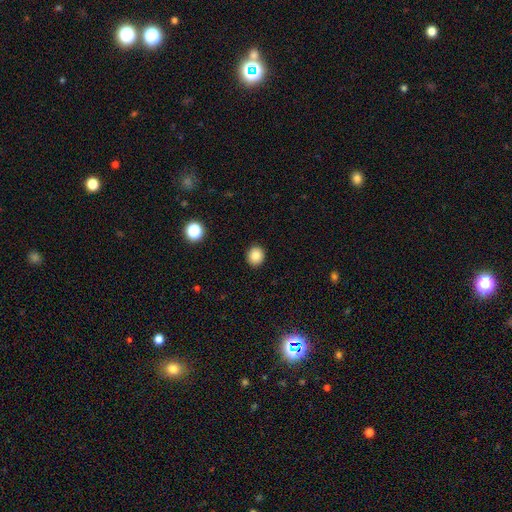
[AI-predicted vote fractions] Smooth or featured? Predicted: smooth (p=0.84). How rounded? Predicted: round (p=0.78). Merging? Predicted: none (p=0.91).